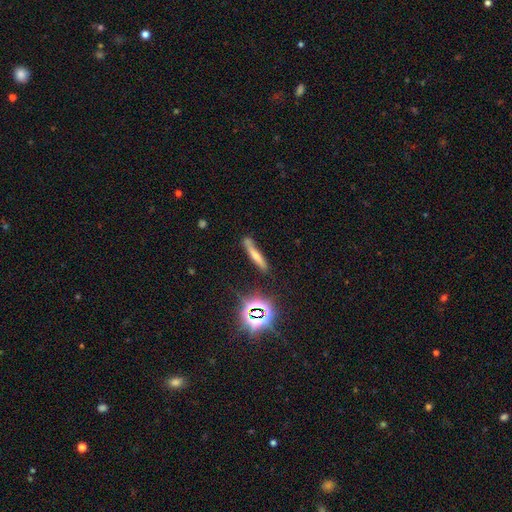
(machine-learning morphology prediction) This appears to be a smooth galaxy with no disk features (41%). Merging: none (74%).